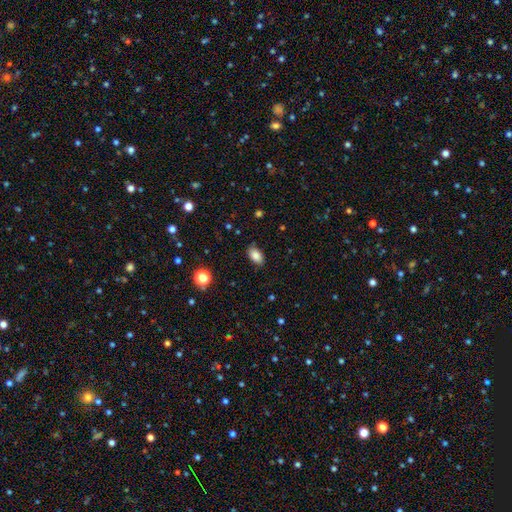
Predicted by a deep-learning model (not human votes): The model was most divided on "merging": none: 85%, minor disturbance: 11%, major disturbance: 3%, merger: 1%. More confident: how rounded — in between (91%); smooth or featured — smooth (84%).